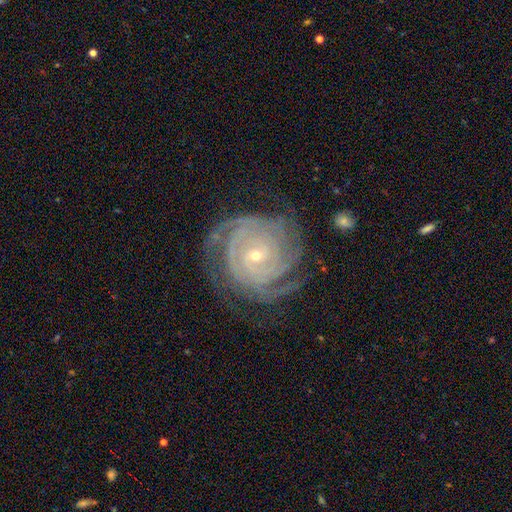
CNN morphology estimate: A featured or disk galaxy (91%) with no bar (59%), 4 (26%) tight (82%) spiral arms (98%) and a small central bulge (74%). Merging: none (75%).